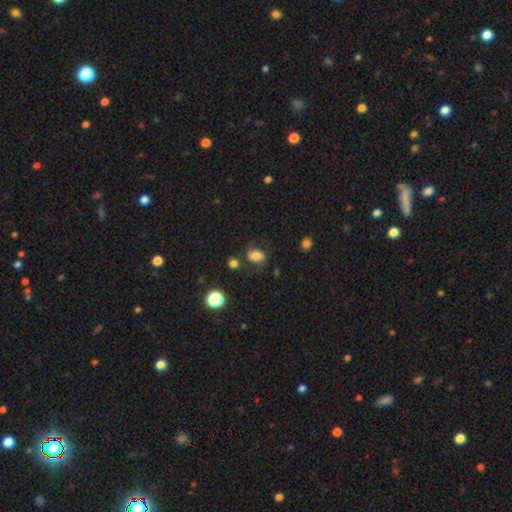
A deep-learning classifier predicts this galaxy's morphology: Smooth or featured? Predicted: smooth (p=0.73). How rounded? Predicted: in between (p=0.65). Merging? Predicted: none (p=0.68).